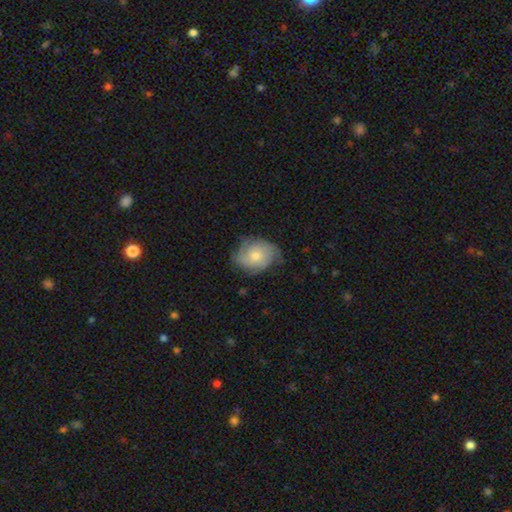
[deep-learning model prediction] Smooth or featured? Predicted: featured or disk (p=0.59). Edge-on disk? Predicted: no (p=0.97). Bar? Predicted: no (p=0.82). Spiral arms? Predicted: yes (p=0.88). Bulge size? Predicted: moderate (p=0.49). Merging? Predicted: none (p=0.68).